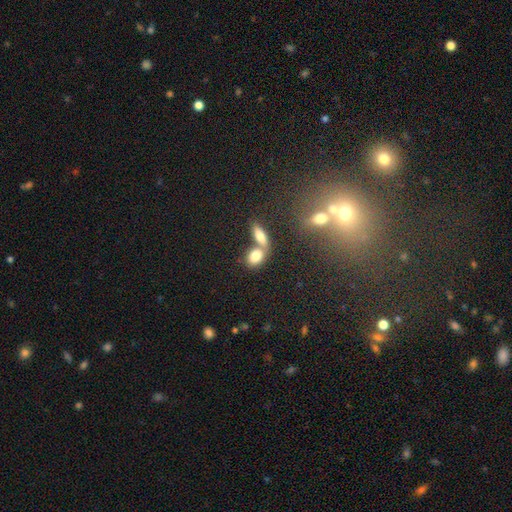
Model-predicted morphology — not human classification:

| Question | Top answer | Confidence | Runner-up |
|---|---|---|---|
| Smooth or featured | smooth | 80% | featured or disk (11%) |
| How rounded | in between | 71% | round (24%) |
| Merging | merger | 49% | none (39%) |